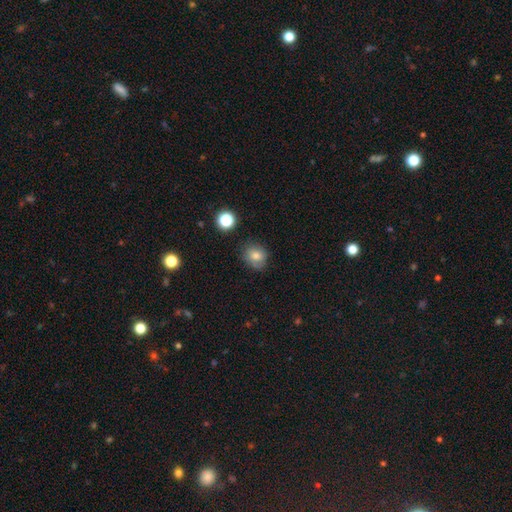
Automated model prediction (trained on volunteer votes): smooth-or-featured: smooth: 74% | featured or disk: 13% | star or artifact: 12%
  how-rounded: round: 71% | in between: 28% | cigar-shaped: 1%
  merging: none: 72% | minor disturbance: 21% | major disturbance: 5% | merger: 2%